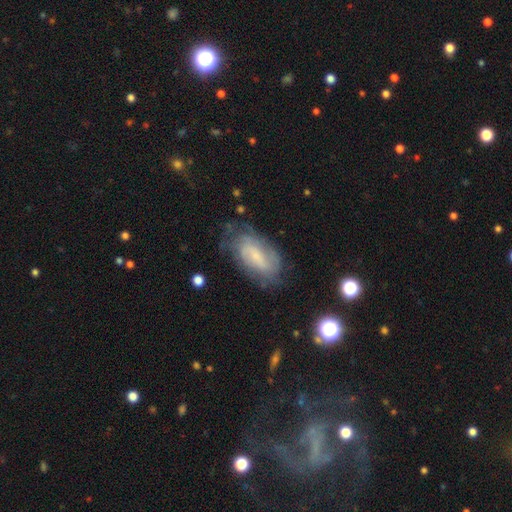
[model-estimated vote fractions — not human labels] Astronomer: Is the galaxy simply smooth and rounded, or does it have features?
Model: featured or disk — 60%.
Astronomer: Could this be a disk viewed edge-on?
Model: no — 94%.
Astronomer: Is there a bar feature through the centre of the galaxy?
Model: weak — 47% (runner-up: no, 37%).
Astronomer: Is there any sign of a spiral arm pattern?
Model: yes — 83%.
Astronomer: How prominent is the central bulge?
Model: small — 52%.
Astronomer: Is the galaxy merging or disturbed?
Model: none — 64%.